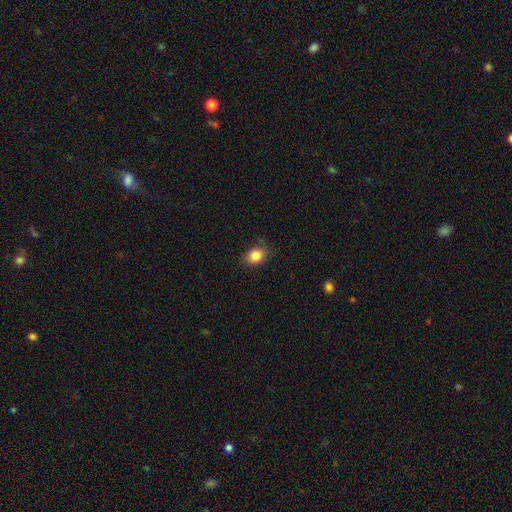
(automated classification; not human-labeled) smooth 86%, star or artifact 9%, featured or disk 5%. Down the decision tree: how rounded — in between (56%); merging — none (80%).